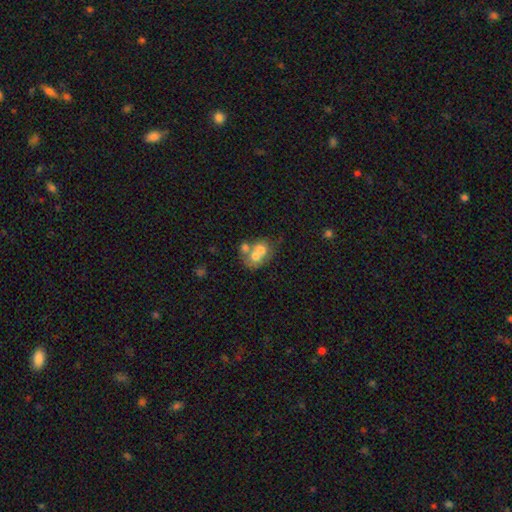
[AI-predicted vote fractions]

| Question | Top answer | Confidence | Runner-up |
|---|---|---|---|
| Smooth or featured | smooth | 56% | featured or disk (33%) |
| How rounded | round | 56% | in between (43%) |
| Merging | merger | 64% | none (24%) |